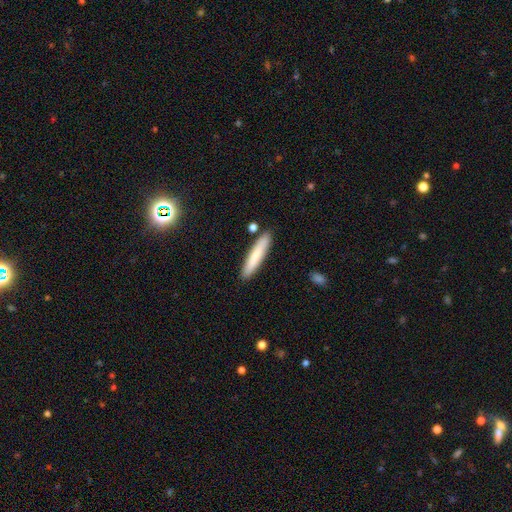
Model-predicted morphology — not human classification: This is likely a smooth galaxy (79%). How rounded: clearly cigar-shaped (89%). Merging: clearly none (87%).